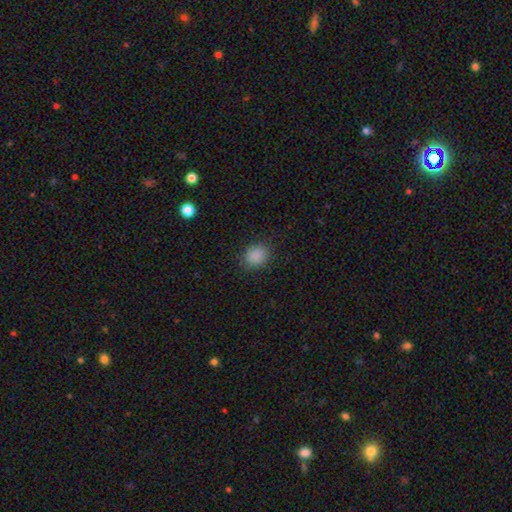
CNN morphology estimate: The model was most divided on "how rounded": round: 63%, in between: 36%, cigar-shaped: 1%. More confident: smooth or featured — smooth (87%); merging — none (85%).